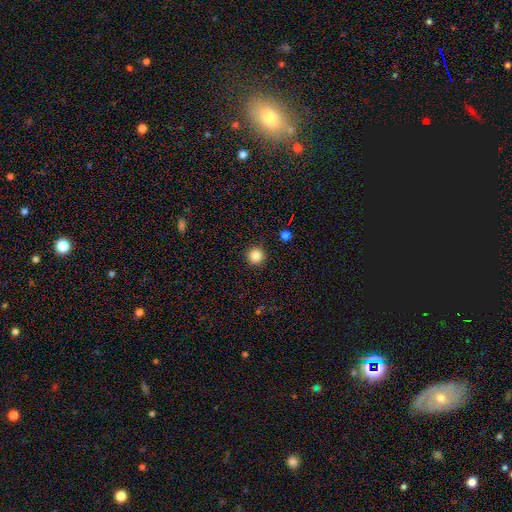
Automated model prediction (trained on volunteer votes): smooth 85%, star or artifact 11%, featured or disk 4%. Down the decision tree: how rounded — round (96%); merging — none (92%).